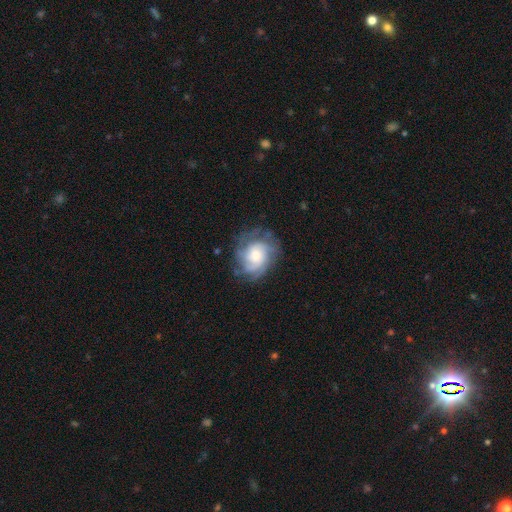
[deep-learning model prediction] Q: Smooth or featured?
A: featured or disk (72%); runner-up: smooth (21%)
Q: Edge-on disk?
A: no (97%); runner-up: yes (3%)
Q: Bar?
A: no (74%); runner-up: weak (23%)
Q: Spiral arms?
A: yes (92%); runner-up: no (8%)
Q: Spiral winding?
A: tight (56%); runner-up: medium (33%)
Q: Spiral arm count?
A: can't tell (39%); runner-up: 3 (19%)
Q: Bulge size?
A: moderate (49%); runner-up: small (29%)
Q: Merging?
A: none (70%); runner-up: minor disturbance (18%)